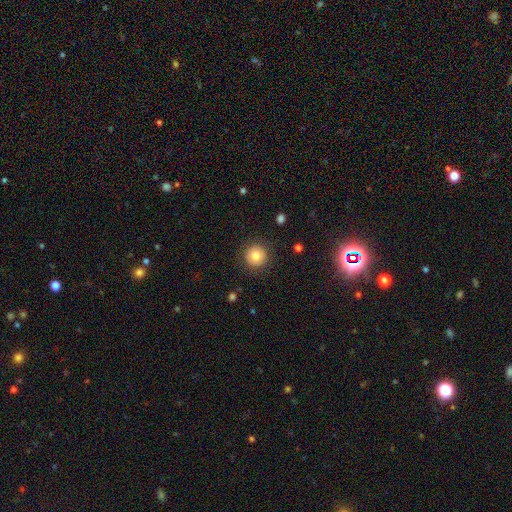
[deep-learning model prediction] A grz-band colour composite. It shows a smooth galaxy with no disk features (80%) that is round (95%). Merging: none (89%).